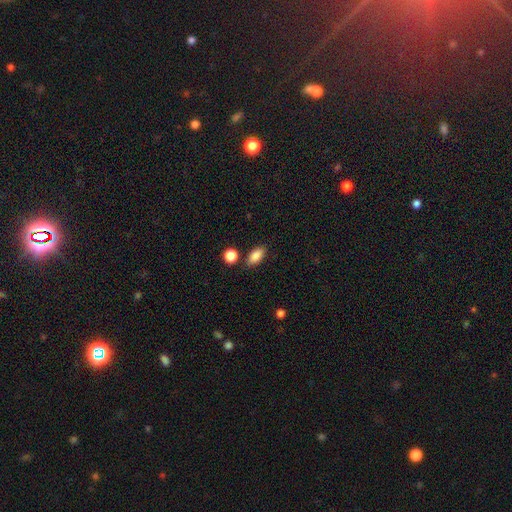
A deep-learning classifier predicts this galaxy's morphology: type=smooth (85%); roundness=in between (87%); merging=none (80%).